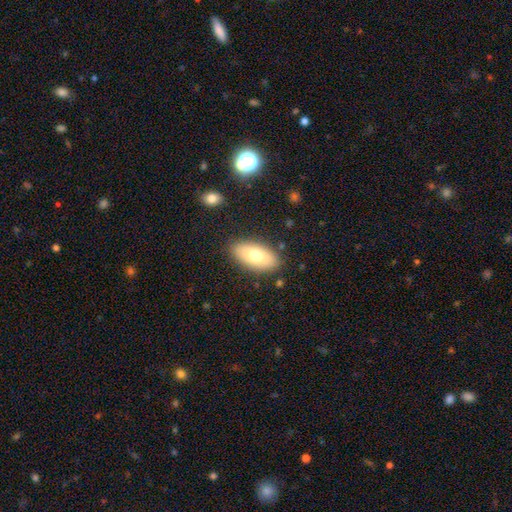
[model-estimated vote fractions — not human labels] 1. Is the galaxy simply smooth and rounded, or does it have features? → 72% smooth, 21% featured or disk, 7% star or artifact.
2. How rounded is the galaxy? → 90% in between, 7% cigar-shaped, 3% round.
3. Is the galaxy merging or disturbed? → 85% none, 10% minor disturbance, 3% major disturbance, 2% merger.